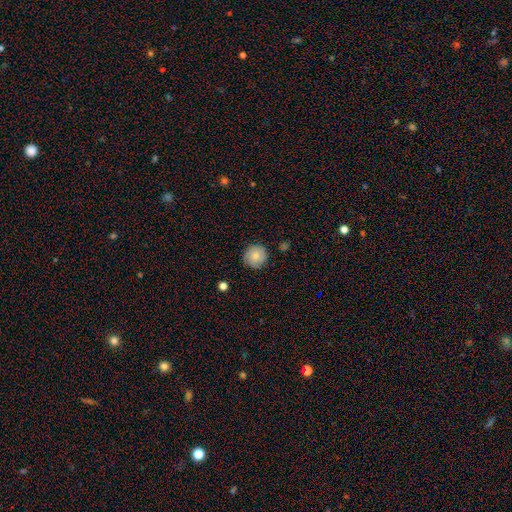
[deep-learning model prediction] A smooth galaxy with no disk features (62%) that is round (93%).

Vote fractions:
- Smooth or featured? smooth: 62% / featured or disk: 29% / star or artifact: 8%
- How rounded? round: 93% / in between: 6% / cigar-shaped: 1%
- Merging? none: 84% / minor disturbance: 12% / major disturbance: 3% / merger: 1%